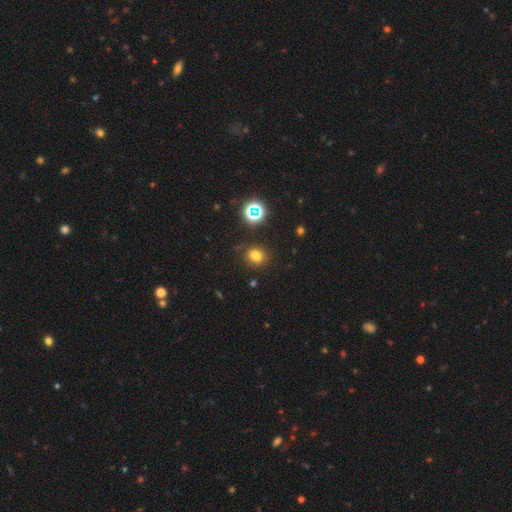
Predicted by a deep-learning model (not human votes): This appears to be a smooth galaxy with no disk features (72%) that is round (56%). Merging: none (76%).